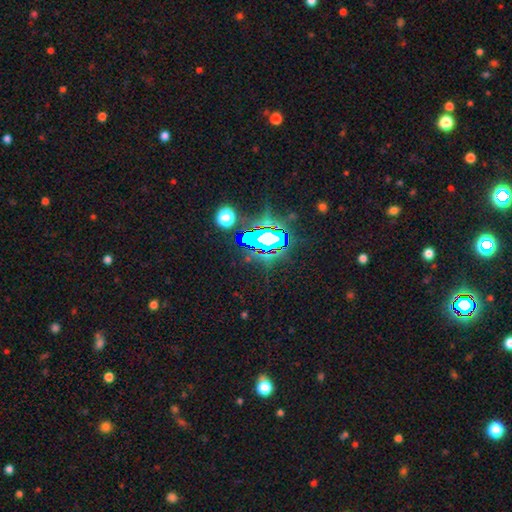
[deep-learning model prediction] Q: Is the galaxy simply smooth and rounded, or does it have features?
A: star or artifact — 80%.